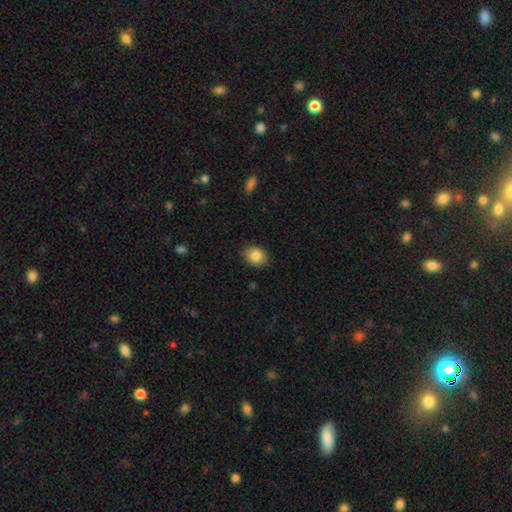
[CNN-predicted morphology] Smooth or featured: smooth — 85% (star or artifact — 9%)
How rounded: round — 55% (in between — 44%)
Merging: none — 87% (minor disturbance — 10%)